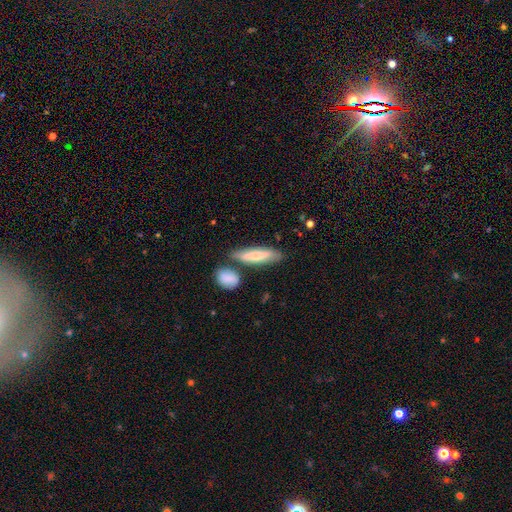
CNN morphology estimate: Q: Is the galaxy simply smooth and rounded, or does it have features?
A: smooth — 67%.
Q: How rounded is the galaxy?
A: cigar-shaped — 71%.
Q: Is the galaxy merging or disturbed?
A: none — 67%.